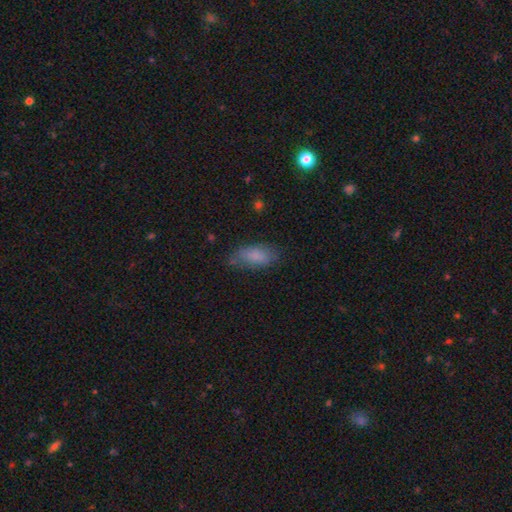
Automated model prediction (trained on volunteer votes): smooth_or_featured: smooth (p=0.82) [alt: featured or disk p=0.10]
how_rounded: in between (p=0.86) [alt: cigar-shaped p=0.12]
merging: none (p=0.66) [alt: minor disturbance p=0.25]